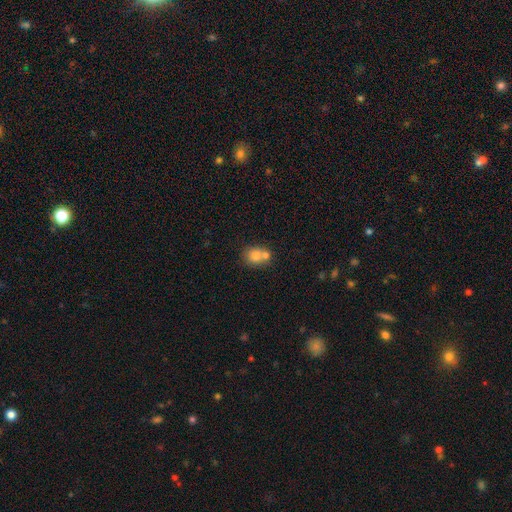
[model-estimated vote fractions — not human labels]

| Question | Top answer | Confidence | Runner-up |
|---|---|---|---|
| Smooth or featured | smooth | 76% | featured or disk (13%) |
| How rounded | round | 67% | in between (32%) |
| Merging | merger | 45% | none (43%) |